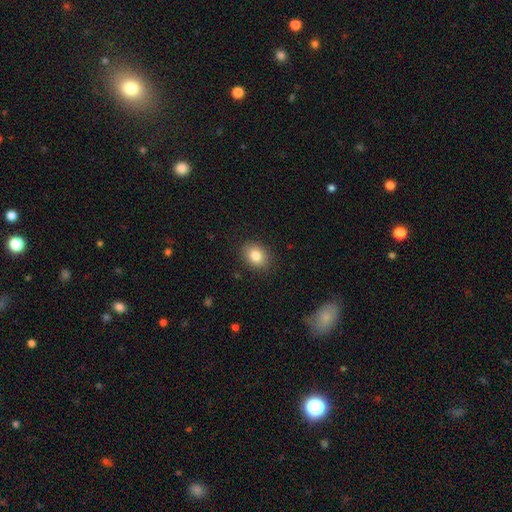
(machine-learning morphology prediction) The model was most divided on "how rounded": in between: 60%, round: 39%, cigar-shaped: 1%. More confident: merging — none (88%); smooth or featured — smooth (84%).